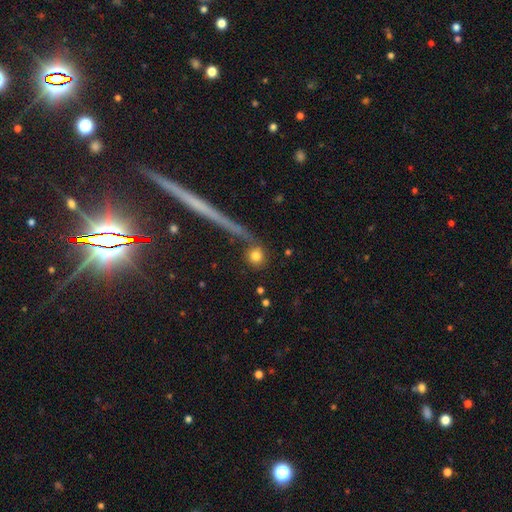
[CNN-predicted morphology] Q: Smooth or featured?
A: smooth (80%); runner-up: star or artifact (10%)
Q: How rounded?
A: round (89%); runner-up: in between (7%)
Q: Merging?
A: none (74%); runner-up: merger (11%)